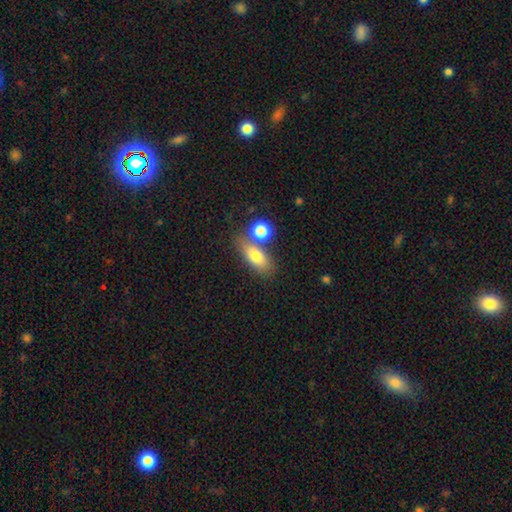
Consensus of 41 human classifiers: smooth_or_featured: smooth (p=0.71) [alt: featured or disk p=0.24]
how_rounded: in between (p=0.66) [alt: cigar-shaped p=0.31]
merging: none (p=0.46) [alt: merger p=0.26]